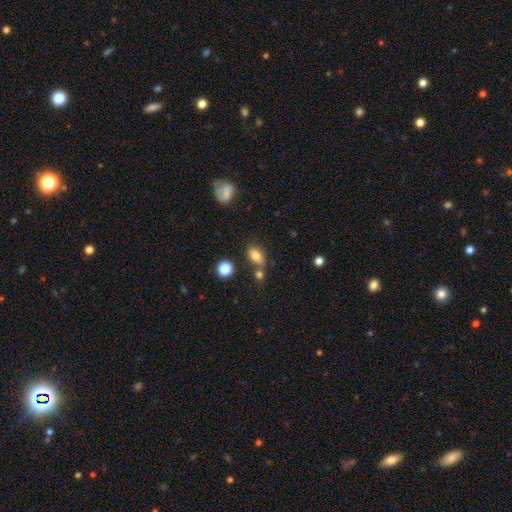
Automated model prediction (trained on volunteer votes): smooth_or_featured: smooth (p=0.80) [alt: star or artifact p=0.12]
how_rounded: in between (p=0.82) [alt: round p=0.15]
merging: none (p=0.62) [alt: merger p=0.18]